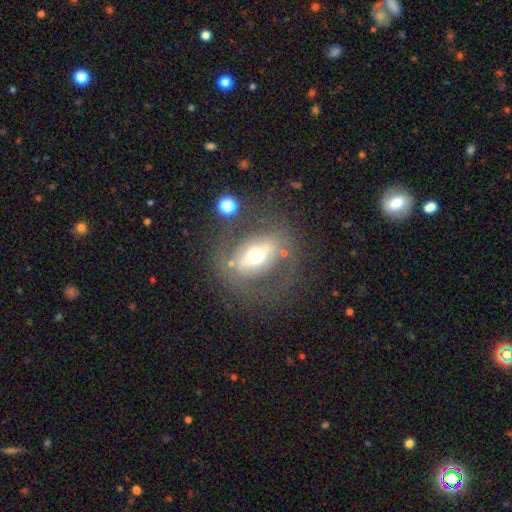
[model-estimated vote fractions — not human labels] A featured or disk galaxy (58%).

Vote fractions:
- Smooth or featured? featured or disk: 58% / smooth: 32% / star or artifact: 10%
- Edge-on disk? no: 84% / yes: 16%
- Merging? none: 68% / major disturbance: 14% / minor disturbance: 14% / merger: 4%